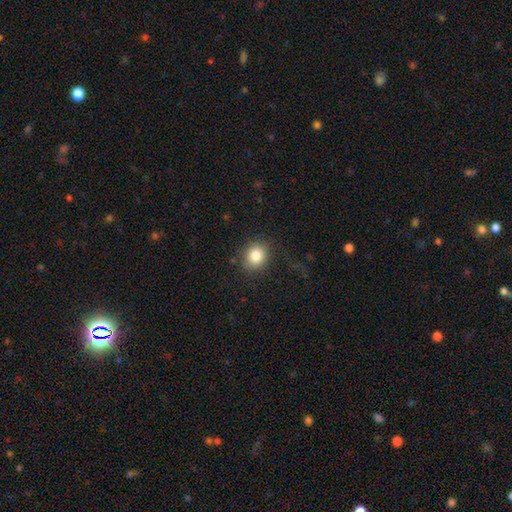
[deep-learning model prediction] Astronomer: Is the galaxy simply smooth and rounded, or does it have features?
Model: smooth — 83%.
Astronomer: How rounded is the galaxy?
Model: round — 71%.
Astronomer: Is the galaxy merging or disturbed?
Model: none — 83%.